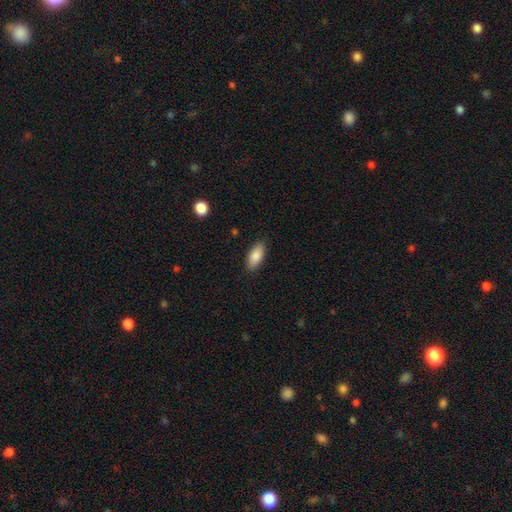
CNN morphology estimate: A smooth galaxy with no disk features (86%) that is in between round and cigar-shaped (87%).

Vote fractions:
- Smooth or featured? smooth: 86% / featured or disk: 7% / star or artifact: 6%
- How rounded? in between: 87% / cigar-shaped: 11% / round: 2%
- Merging? none: 87% / minor disturbance: 10% / major disturbance: 2% / merger: 1%